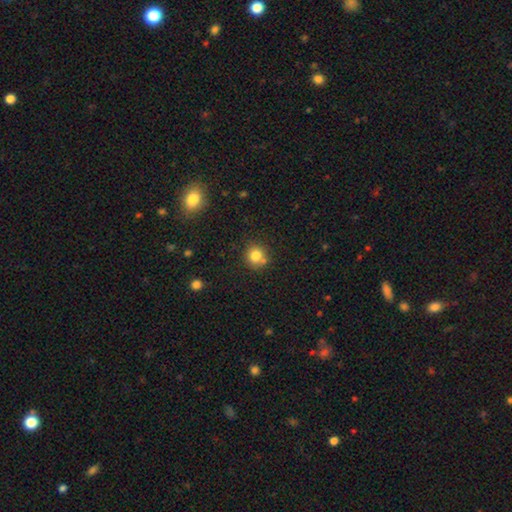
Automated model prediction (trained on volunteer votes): This appears to be a smooth galaxy with no disk features (81%) that is round (88%). Merging: none (69%).